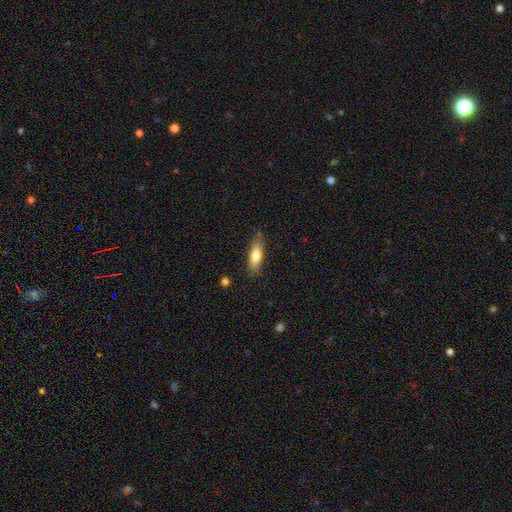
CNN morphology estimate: Smooth or featured? Predicted: smooth (p=0.73). How rounded? Predicted: in between (p=0.51). Merging? Predicted: none (p=0.83).